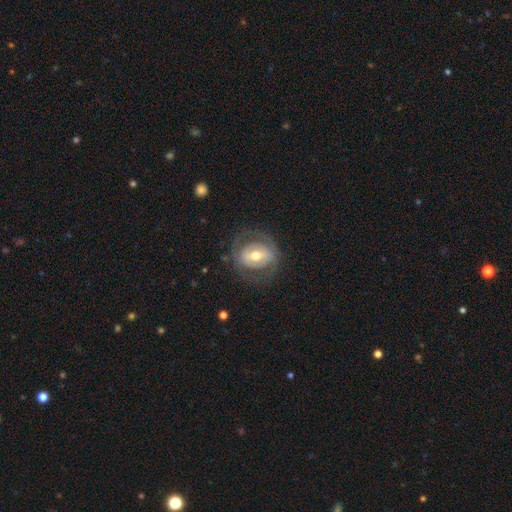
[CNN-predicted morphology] Smooth or featured? Predicted: featured or disk (p=0.66). Edge-on disk? Predicted: no (p=0.95). Bar? Predicted: weak (p=0.38). Spiral arms? Predicted: yes (p=0.52). Bulge size? Predicted: moderate (p=0.70). Merging? Predicted: none (p=0.70).